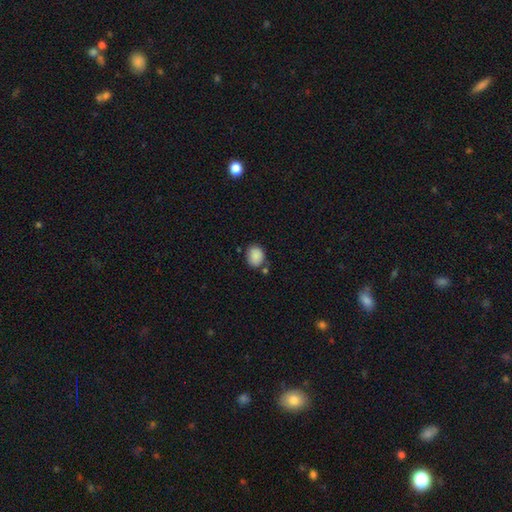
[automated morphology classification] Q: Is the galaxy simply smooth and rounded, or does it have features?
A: smooth — 88%.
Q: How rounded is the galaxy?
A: in between — 51%.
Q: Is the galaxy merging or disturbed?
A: none — 73%.